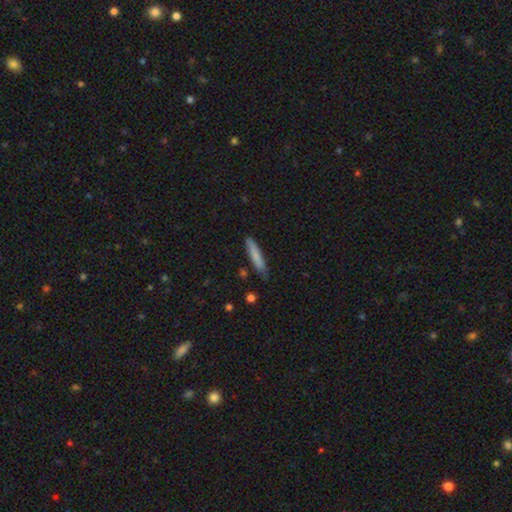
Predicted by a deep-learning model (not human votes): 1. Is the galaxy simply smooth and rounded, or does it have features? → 79% smooth, 15% featured or disk, 6% star or artifact.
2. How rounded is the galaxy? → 90% cigar-shaped, 8% in between, 1% round.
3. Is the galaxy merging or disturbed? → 80% none, 16% minor disturbance, 2% major disturbance, 2% merger.